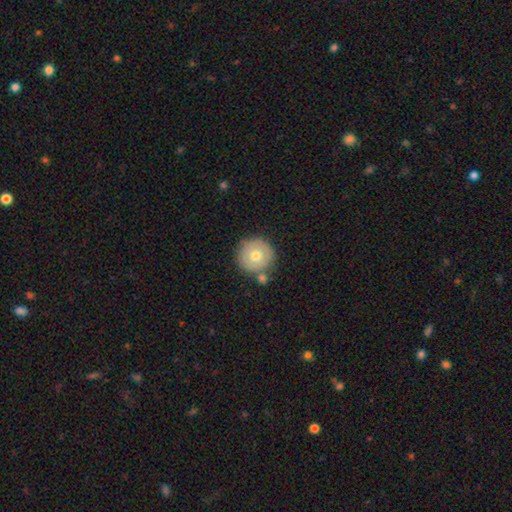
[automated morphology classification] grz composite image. It shows a smooth galaxy with no disk features (68%) that is round (95%). Merging: none (77%).